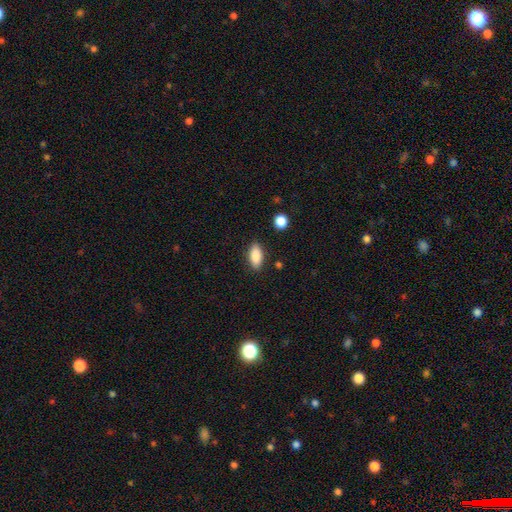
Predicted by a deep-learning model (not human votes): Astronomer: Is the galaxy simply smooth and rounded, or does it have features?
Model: smooth — 86%.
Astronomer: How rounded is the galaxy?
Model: in between — 87%.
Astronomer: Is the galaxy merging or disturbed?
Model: none — 87%.